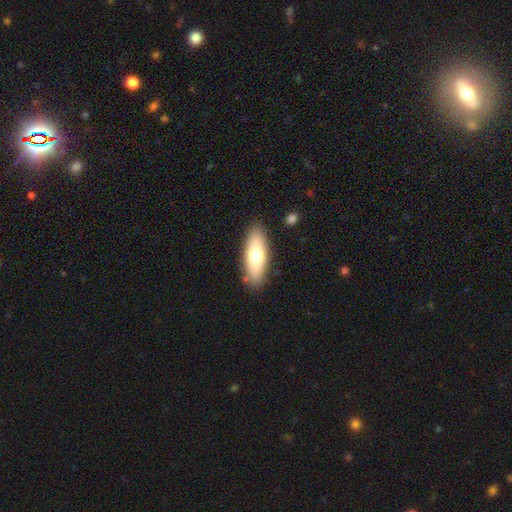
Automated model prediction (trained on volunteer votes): smooth 66%, featured or disk 28%, star or artifact 6%. Down the decision tree: how rounded — in between (63%); merging — none (86%).